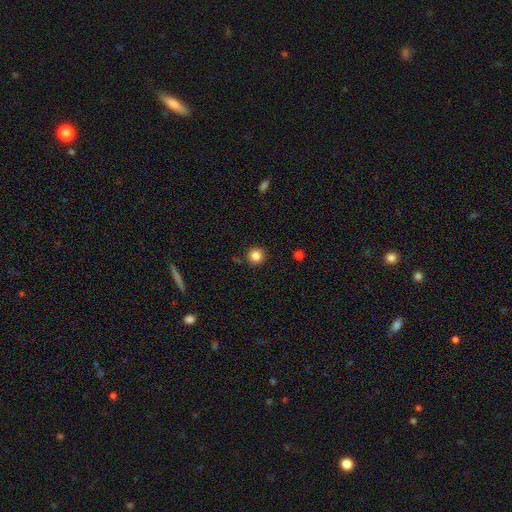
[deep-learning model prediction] Smooth or featured?
  - smooth: 84% *
  - star or artifact: 11%
  - featured or disk: 5%
How rounded?
  - round: 95% *
  - in between: 4%
  - cigar-shaped: 1%
Merging?
  - none: 90% *
  - minor disturbance: 7%
  - major disturbance: 2%
  - merger: 2%